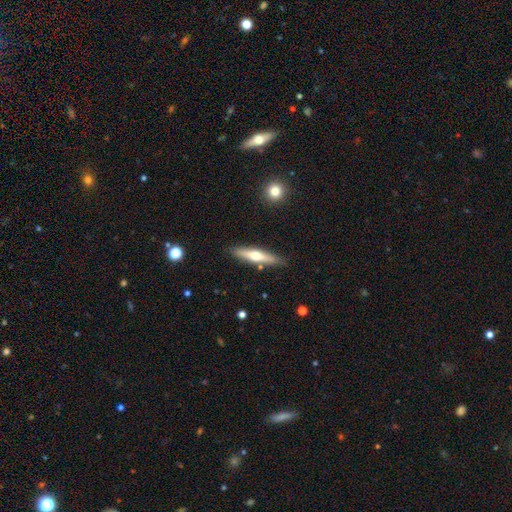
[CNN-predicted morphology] Smooth or featured? featured or disk (49%)
Merging? none (84%)